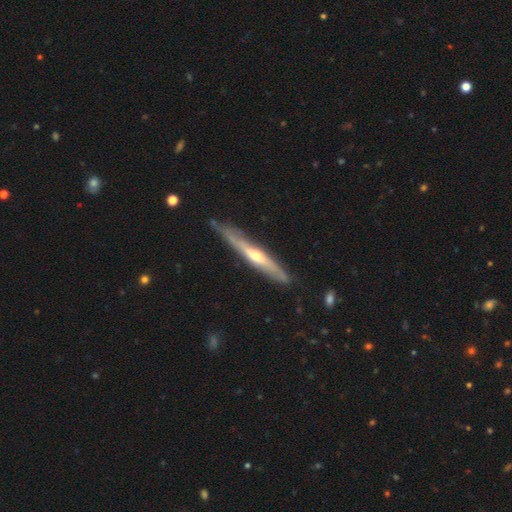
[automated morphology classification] Smooth or featured? featured or disk (71%)
Edge-on disk? yes (89%)
Edge-on bulge? rounded (76%)
Merging? none (76%)